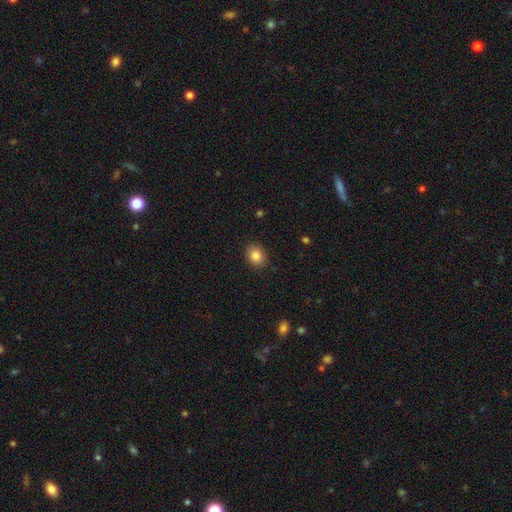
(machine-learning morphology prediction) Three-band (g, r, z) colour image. It shows a smooth galaxy with no disk features (85%) that is round (58%). Merging: none (88%).